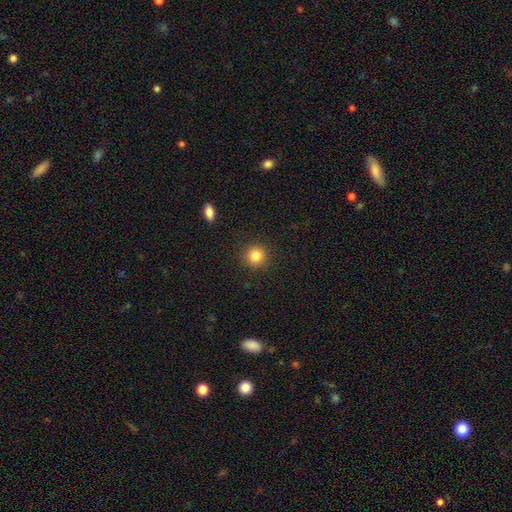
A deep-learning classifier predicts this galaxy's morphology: The model was most divided on "smooth or featured": smooth: 84%, star or artifact: 11%, featured or disk: 5%. More confident: how rounded — round (93%); merging — none (90%).